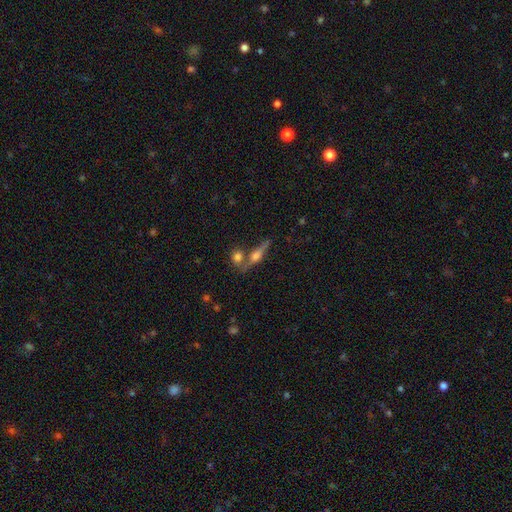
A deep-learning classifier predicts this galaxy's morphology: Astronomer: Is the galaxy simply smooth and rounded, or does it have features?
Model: featured or disk — 65%.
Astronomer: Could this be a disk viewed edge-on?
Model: yes — 93%.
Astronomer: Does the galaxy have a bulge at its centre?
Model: rounded — 91%.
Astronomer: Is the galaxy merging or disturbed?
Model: none — 64%.